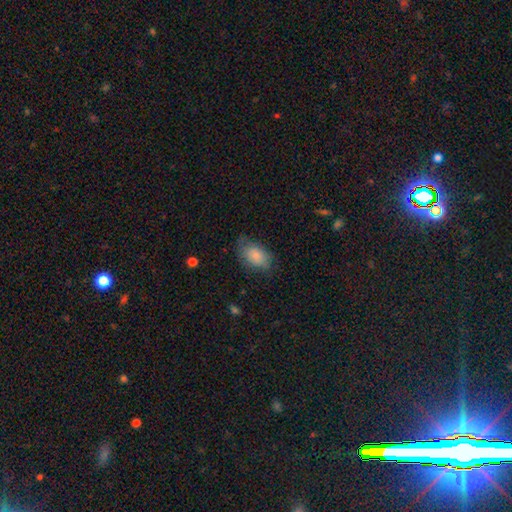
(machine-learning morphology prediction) A smooth galaxy with no disk features (81%) that is in between round and cigar-shaped (88%).

Vote fractions:
- Smooth or featured? smooth: 81% / featured or disk: 12% / star or artifact: 7%
- How rounded? in between: 88% / round: 10% / cigar-shaped: 1%
- Merging? none: 64% / minor disturbance: 26% / major disturbance: 10% / merger: 1%